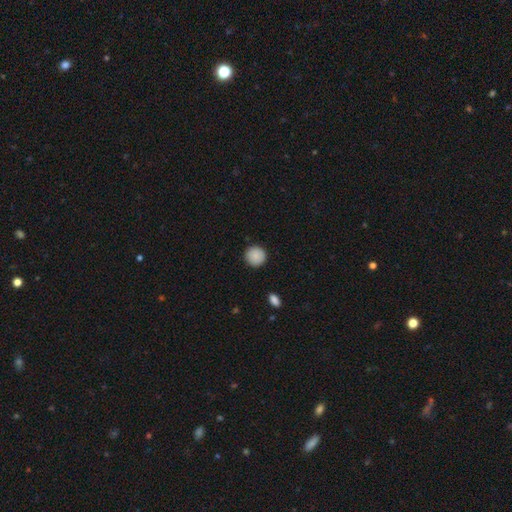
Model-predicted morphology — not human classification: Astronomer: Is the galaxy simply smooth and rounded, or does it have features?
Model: smooth — 89%.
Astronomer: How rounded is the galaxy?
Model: round — 94%.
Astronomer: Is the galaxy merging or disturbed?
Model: none — 91%.